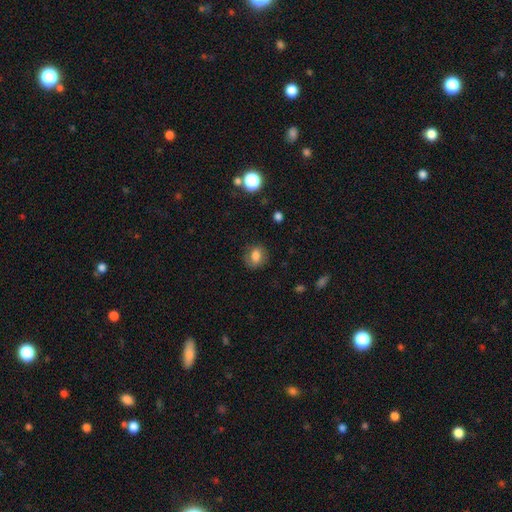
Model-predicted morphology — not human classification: Overall: smooth (78%). How rounded: round (50%; in between 49%). Merging: none (78%).